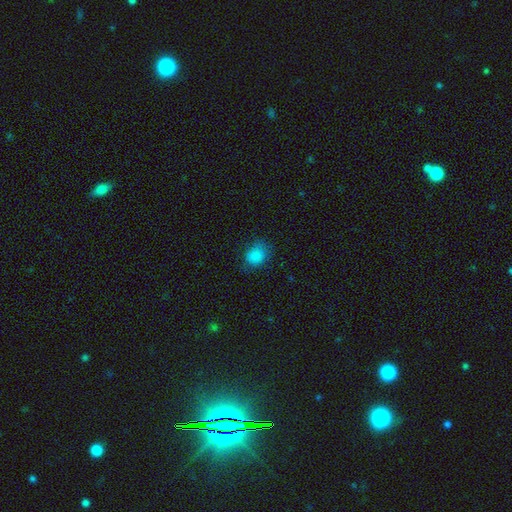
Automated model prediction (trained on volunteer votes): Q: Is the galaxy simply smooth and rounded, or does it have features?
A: smooth — 85%.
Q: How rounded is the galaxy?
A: round — 50%.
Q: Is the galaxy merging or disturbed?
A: none — 68%.